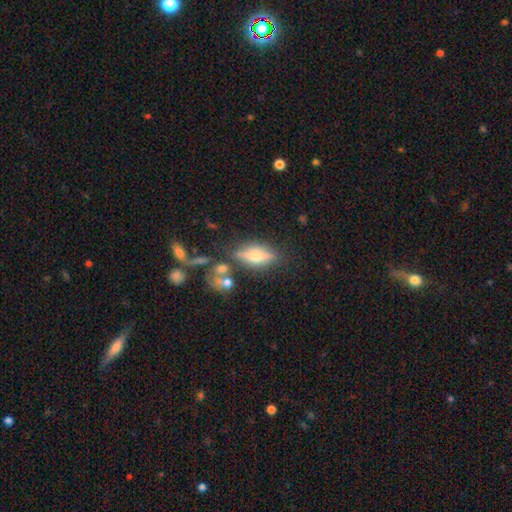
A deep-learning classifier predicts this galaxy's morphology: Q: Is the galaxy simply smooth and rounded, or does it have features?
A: featured or disk — 56%.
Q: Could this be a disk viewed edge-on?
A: yes — 86%.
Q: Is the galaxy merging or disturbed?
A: none — 73%.